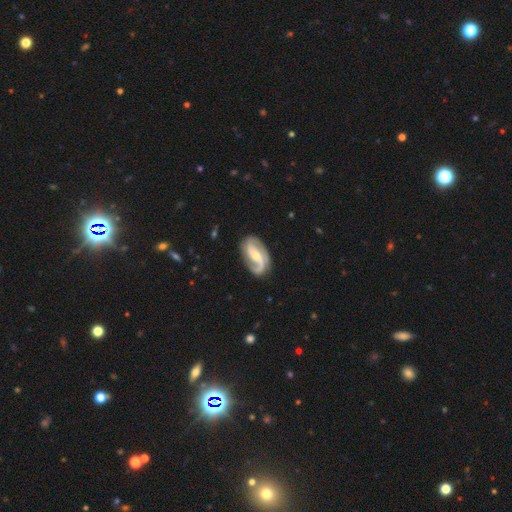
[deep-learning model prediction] A featured or disk galaxy (87%) with a weak bar (36%), 2 (83%) medium (44%) spiral arms (96%) and a small central bulge (48%).

Vote fractions:
- Smooth or featured? featured or disk: 87% / smooth: 9% / star or artifact: 4%
- Edge-on disk? no: 97% / yes: 3%
- Bar? weak: 36% / no: 32% / strong: 32%
- Spiral arms? yes: 96% / no: 4%
- Spiral winding? medium: 44% / loose: 34% / tight: 22%
- Spiral arm count? 2: 83% / 1: 9% / can't tell: 4% / 3: 2% / 4: 1% / more than 4: 1%
- Bulge size? small: 48% / moderate: 47% / large: 3% / none: 2% / dominant: 1%
- Merging? none: 75% / minor disturbance: 16% / major disturbance: 7% / merger: 2%